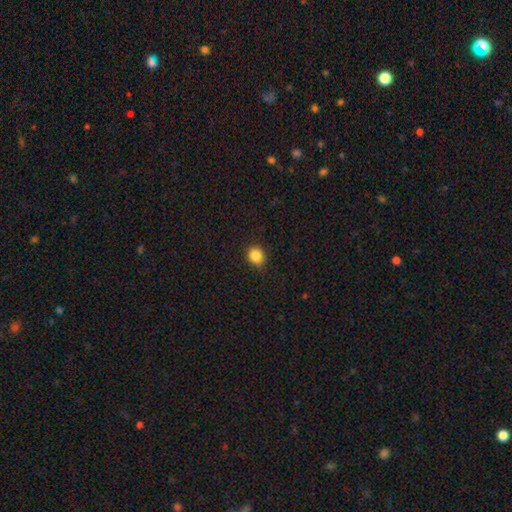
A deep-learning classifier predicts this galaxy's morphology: Q: Smooth or featured?
A: smooth (86%); runner-up: star or artifact (11%)
Q: How rounded?
A: round (71%); runner-up: in between (28%)
Q: Merging?
A: none (87%); runner-up: minor disturbance (9%)